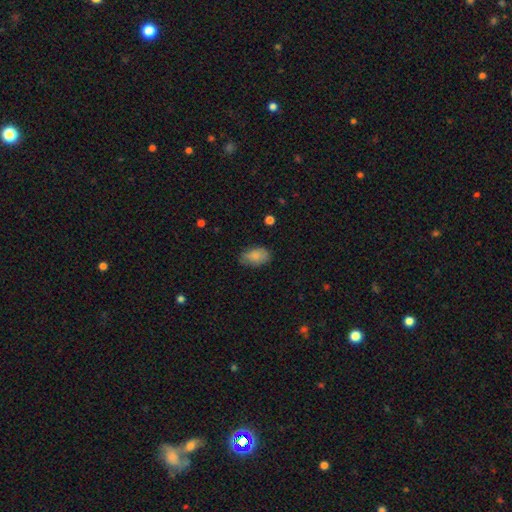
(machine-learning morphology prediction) A smooth galaxy with no disk features (85%) that is in between round and cigar-shaped (91%). Merging: none (73%).